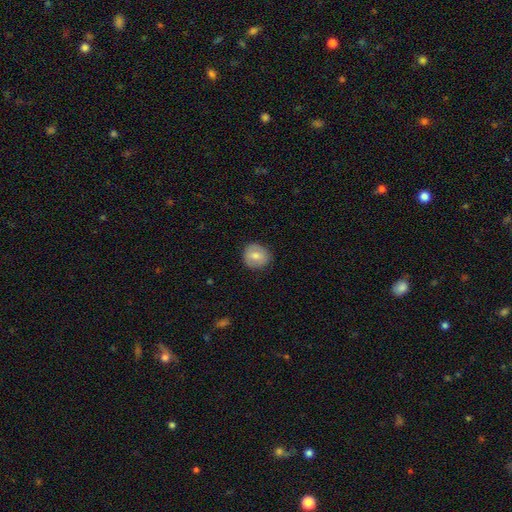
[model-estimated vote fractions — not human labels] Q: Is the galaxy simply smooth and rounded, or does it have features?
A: smooth — 70%.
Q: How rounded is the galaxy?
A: round — 84%.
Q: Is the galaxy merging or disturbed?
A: none — 84%.